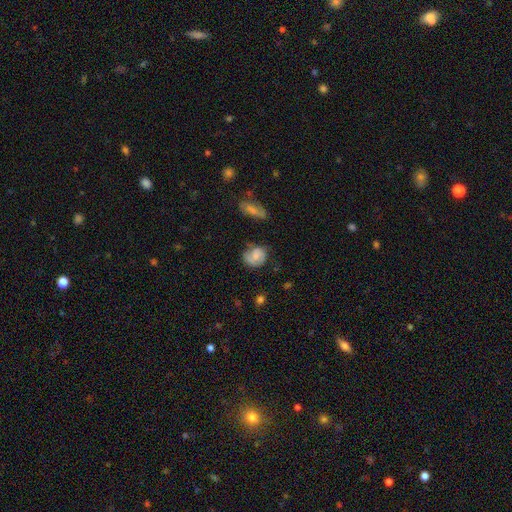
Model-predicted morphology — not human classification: The model was most divided on "smooth or featured" (2-way tie): smooth: 46%, featured or disk: 46%, star or artifact: 8%. More confident: merging — none (55%).